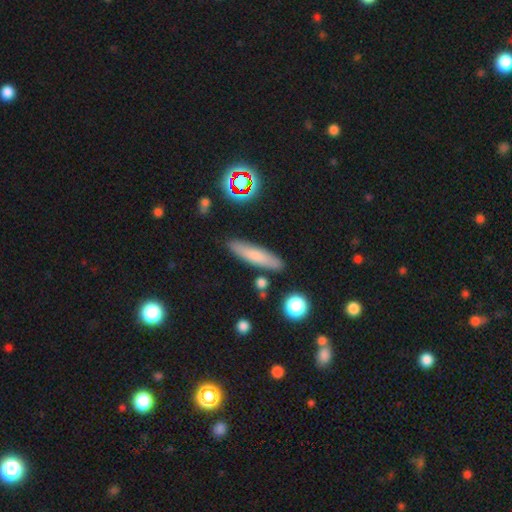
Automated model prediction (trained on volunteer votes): Morphology: type=smooth (70%); roundness=cigar-shaped (81%); merging=none (85%).